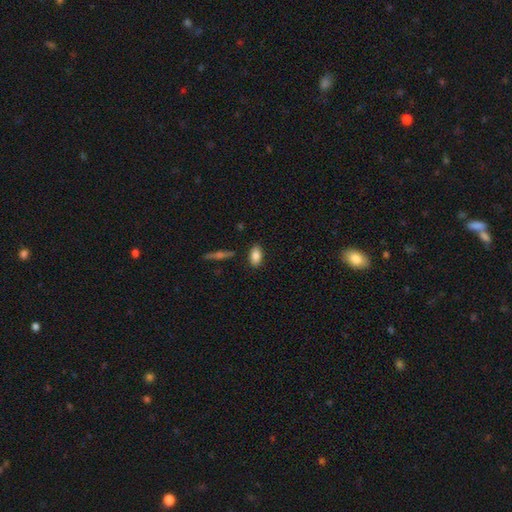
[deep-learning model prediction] smooth_or_featured: smooth (p=0.84) [alt: featured or disk p=0.08]
how_rounded: in between (p=0.89) [alt: round p=0.06]
merging: none (p=0.86) [alt: minor disturbance p=0.10]